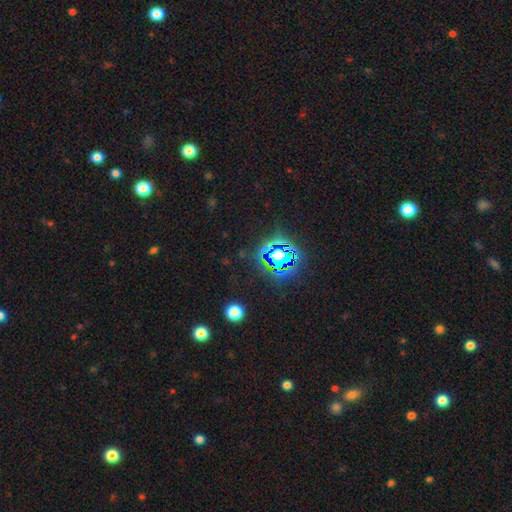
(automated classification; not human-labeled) smooth_or_featured: star or artifact (p=0.77) [alt: smooth p=0.15]